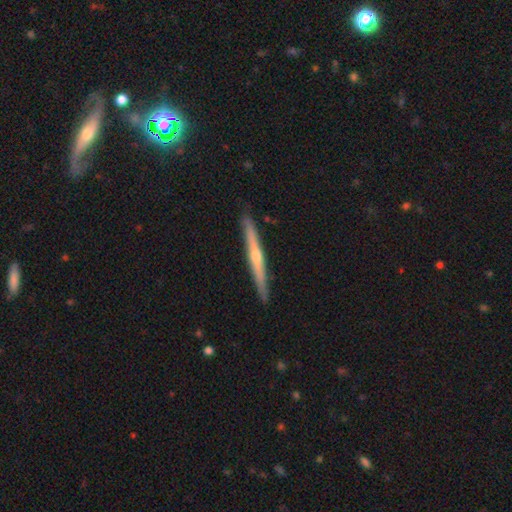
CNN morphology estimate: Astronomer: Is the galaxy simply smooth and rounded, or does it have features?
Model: featured or disk — 70%.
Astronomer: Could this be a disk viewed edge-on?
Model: yes — 97%.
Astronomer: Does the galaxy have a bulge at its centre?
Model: rounded — 77%.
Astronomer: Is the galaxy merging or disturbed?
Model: none — 91%.